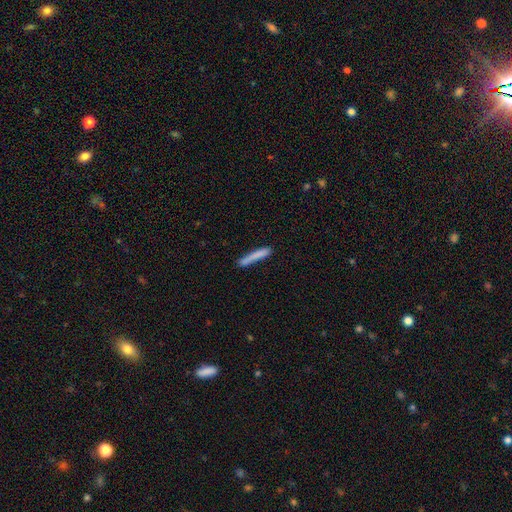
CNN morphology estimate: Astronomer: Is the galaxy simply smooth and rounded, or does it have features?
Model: smooth — 79%.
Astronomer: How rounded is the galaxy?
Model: cigar-shaped — 95%.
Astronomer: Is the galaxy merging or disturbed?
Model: none — 74%.